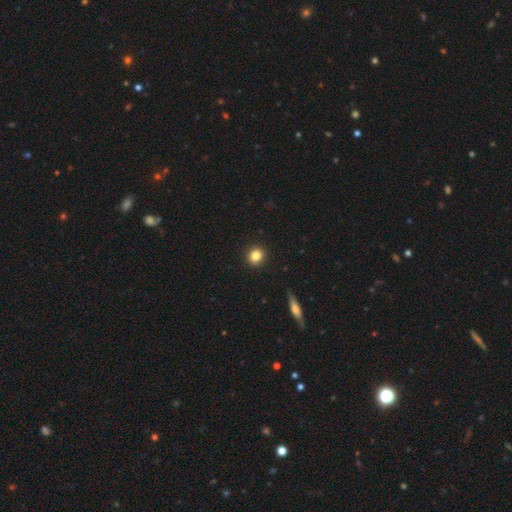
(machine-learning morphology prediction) Smooth or featured? Predicted: smooth (p=0.84). How rounded? Predicted: round (p=0.88). Merging? Predicted: none (p=0.92).